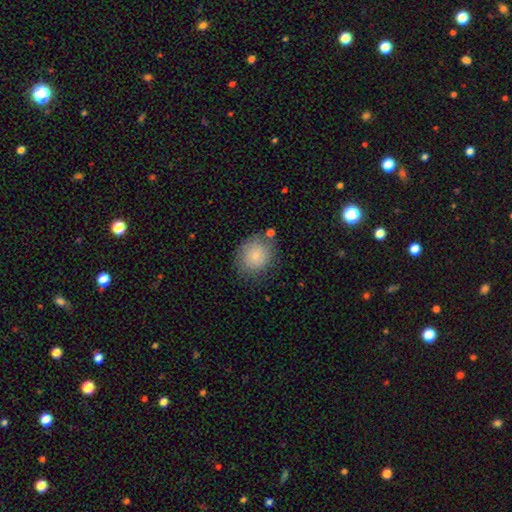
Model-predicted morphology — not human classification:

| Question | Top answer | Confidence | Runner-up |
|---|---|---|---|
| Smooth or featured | smooth | 80% | featured or disk (13%) |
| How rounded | round | 72% | in between (27%) |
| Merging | none | 70% | minor disturbance (19%) |